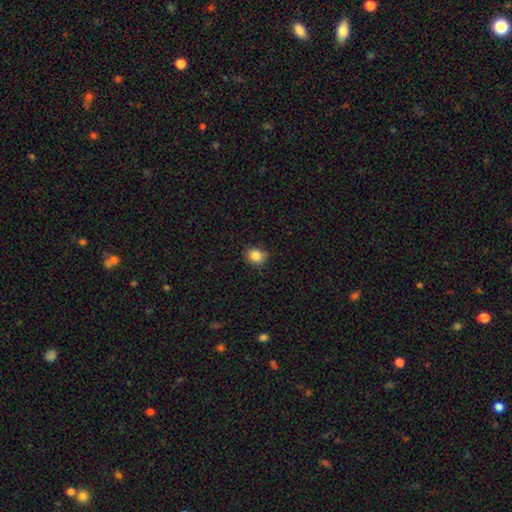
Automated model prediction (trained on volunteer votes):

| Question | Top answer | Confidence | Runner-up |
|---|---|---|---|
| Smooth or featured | smooth | 86% | star or artifact (10%) |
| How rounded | round | 55% | in between (44%) |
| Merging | none | 84% | minor disturbance (13%) |